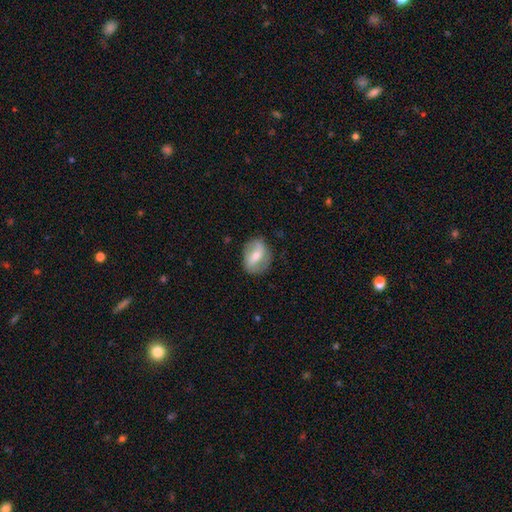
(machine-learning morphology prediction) A featured or disk galaxy (54%).

Vote fractions:
- Smooth or featured? featured or disk: 54% / smooth: 40% / star or artifact: 6%
- Edge-on disk? no: 92% / yes: 8%
- Merging? none: 79% / minor disturbance: 15% / major disturbance: 5% / merger: 1%